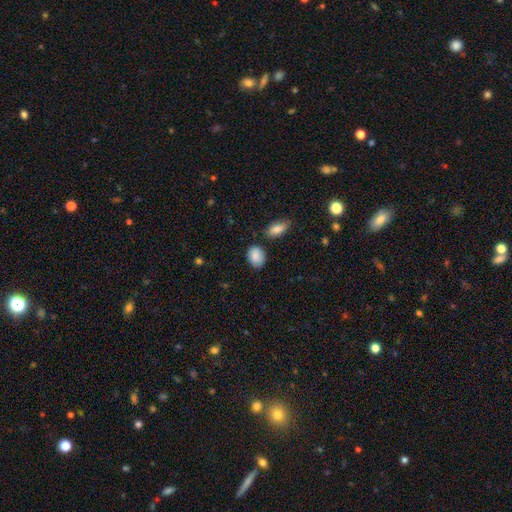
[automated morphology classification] The model was most divided on "how rounded": in between: 73%, round: 25%, cigar-shaped: 1%. More confident: smooth or featured — smooth (88%); merging — none (74%).